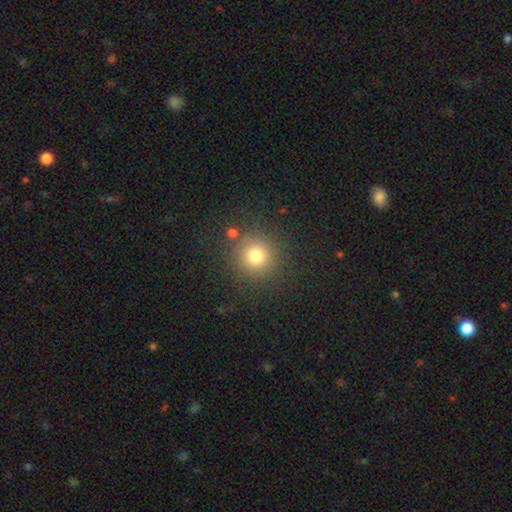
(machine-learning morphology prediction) This is likely a smooth galaxy (77%). How rounded: clearly round (93%). Merging: clearly none (85%).